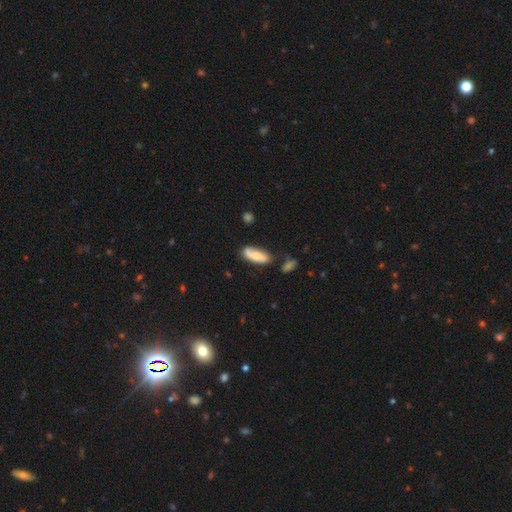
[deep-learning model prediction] A smooth galaxy with no disk features (72%) that is in between round and cigar-shaped (75%).

Vote fractions:
- Smooth or featured? smooth: 72% / featured or disk: 21% / star or artifact: 6%
- How rounded? in between: 75% / cigar-shaped: 23% / round: 2%
- Merging? none: 60% / minor disturbance: 25% / merger: 9% / major disturbance: 6%